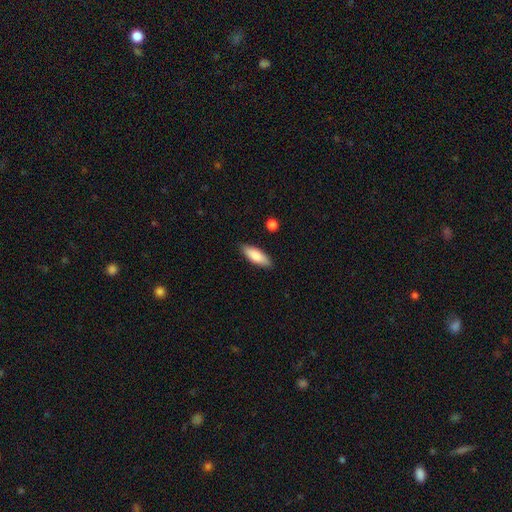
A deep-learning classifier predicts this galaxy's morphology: Q: Smooth or featured?
A: smooth (83%); runner-up: featured or disk (12%)
Q: How rounded?
A: in between (63%); runner-up: cigar-shaped (36%)
Q: Merging?
A: none (87%); runner-up: minor disturbance (10%)